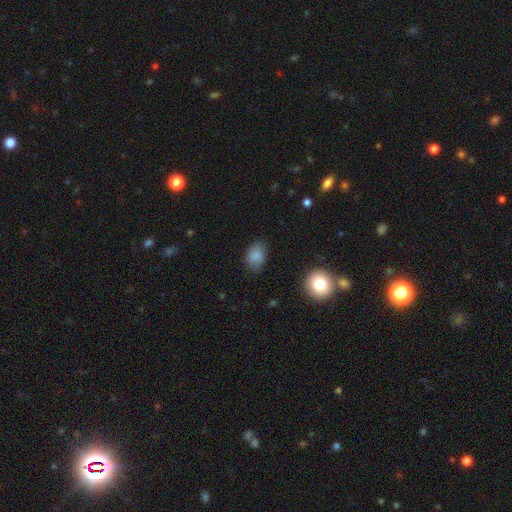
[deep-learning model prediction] Morphology: type=smooth (84%); roundness=in between (75%); merging=none (74%).